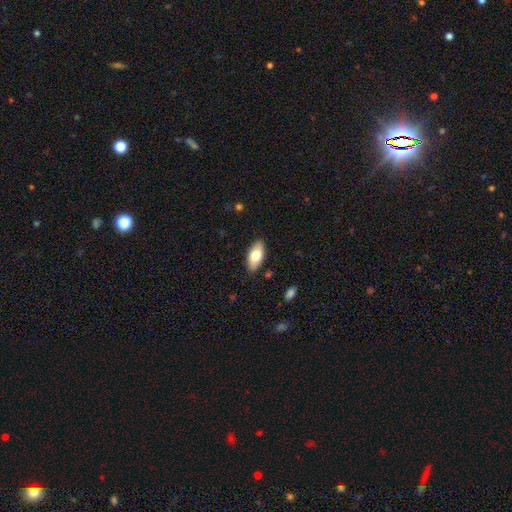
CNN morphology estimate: smooth-or-featured: smooth: 77% | featured or disk: 17% | star or artifact: 6%
  how-rounded: in between: 91% | cigar-shaped: 6% | round: 2%
  merging: none: 87% | minor disturbance: 10% | major disturbance: 2% | merger: 1%